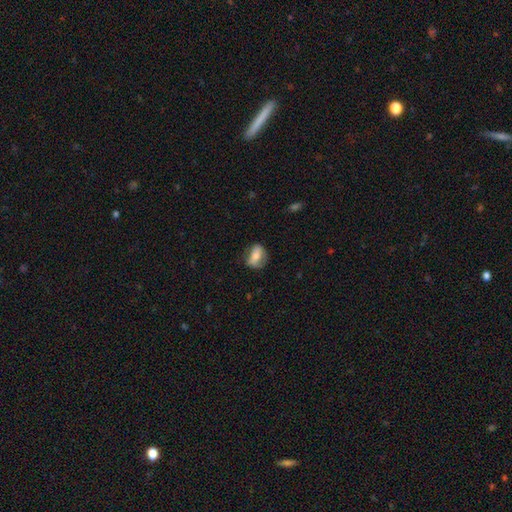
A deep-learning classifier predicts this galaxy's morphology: type=smooth (63%); roundness=in between (74%); merging=none (67%).